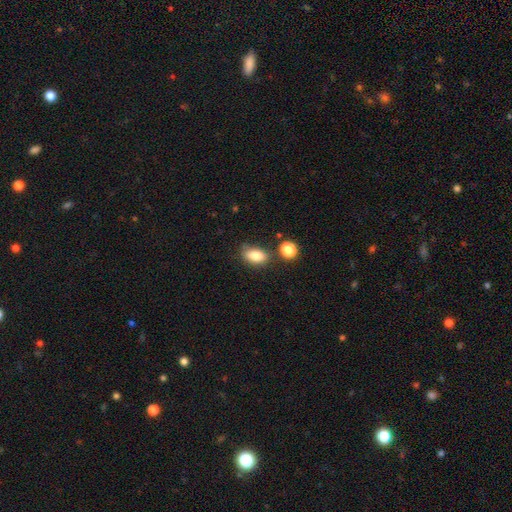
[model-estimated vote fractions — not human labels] Smooth or featured?
  - smooth: 83% *
  - star or artifact: 9%
  - featured or disk: 7%
How rounded?
  - in between: 85% *
  - round: 12%
  - cigar-shaped: 3%
Merging?
  - none: 67% *
  - minor disturbance: 19%
  - merger: 9%
  - major disturbance: 5%